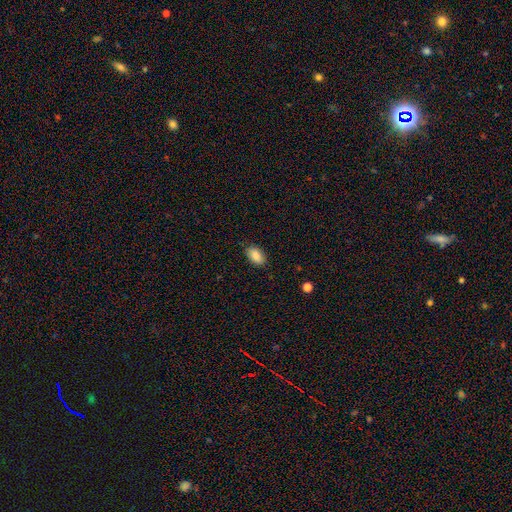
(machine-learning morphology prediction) Smooth or featured?
  - smooth: 86% *
  - star or artifact: 8%
  - featured or disk: 6%
How rounded?
  - in between: 91% *
  - round: 8%
  - cigar-shaped: 2%
Merging?
  - none: 83% *
  - minor disturbance: 13%
  - major disturbance: 2%
  - merger: 1%